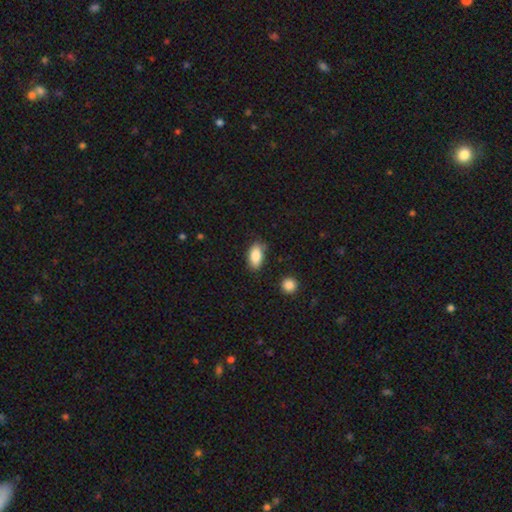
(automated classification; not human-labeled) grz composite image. It shows a smooth galaxy with no disk features (85%) that is in between round and cigar-shaped (91%). Merging: none (78%).